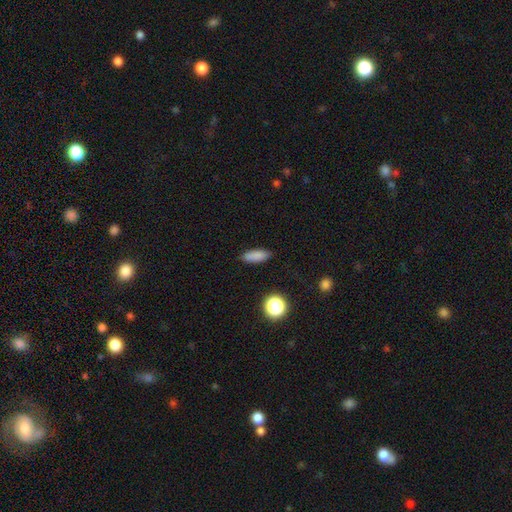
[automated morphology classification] Overall: smooth (84%). How rounded: in between (64%; cigar-shaped 32%). Merging: none (86%).